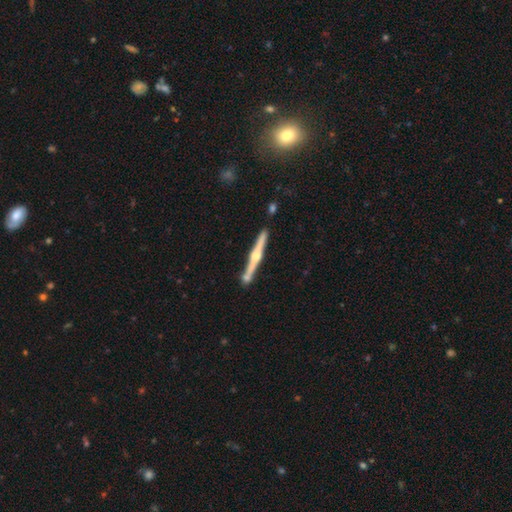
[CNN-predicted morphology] This is likely a featured or disk galaxy (78%). It is clearly viewed edge-on (98%). Edge-on bulge: clearly rounded (89%). Merging: clearly none (81%).